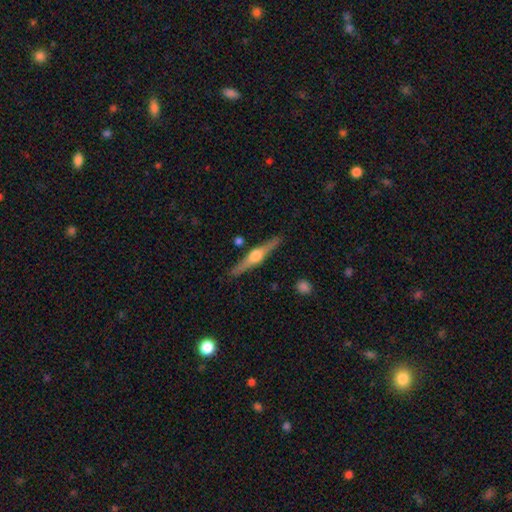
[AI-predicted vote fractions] Smooth or featured?
  - featured or disk: 77% *
  - smooth: 18%
  - star or artifact: 5%
Edge-on disk?
  - yes: 98% *
  - no: 2%
Edge-on bulge?
  - rounded: 94% *
  - boxy: 4%
  - none: 2%
Merging?
  - none: 89% *
  - minor disturbance: 8%
  - merger: 2%
  - major disturbance: 2%